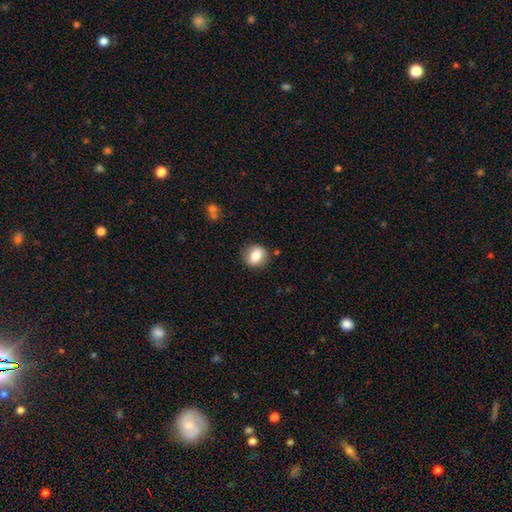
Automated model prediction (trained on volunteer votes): smooth 77%, featured or disk 14%, star or artifact 9%. Down the decision tree: how rounded — round (69%); merging — none (83%).